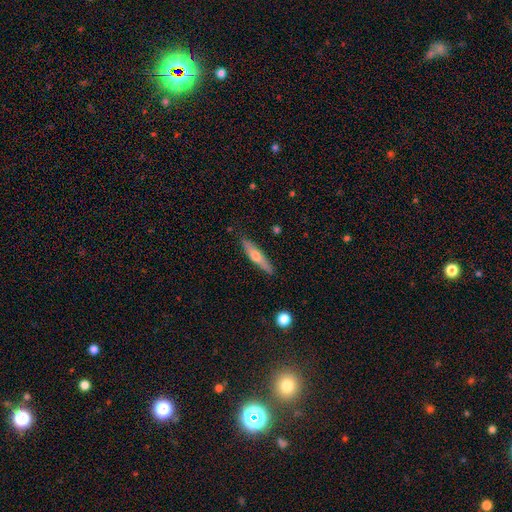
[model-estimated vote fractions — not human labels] This is possibly a smooth galaxy (52%). How rounded: clearly cigar-shaped (86%). Merging: clearly none (87%).